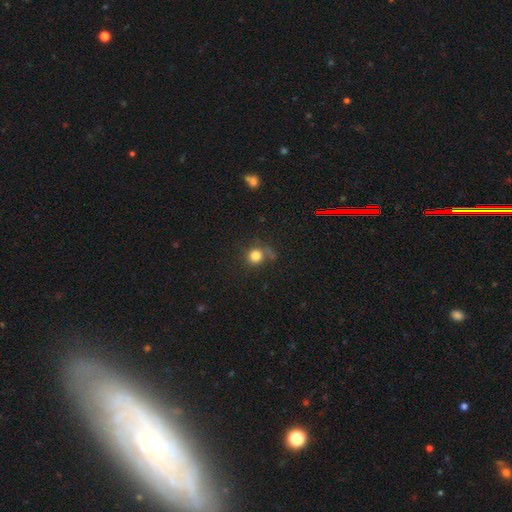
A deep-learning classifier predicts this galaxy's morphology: smooth_or_featured: smooth (p=0.80) [alt: star or artifact p=0.13]
how_rounded: round (p=0.87) [alt: in between p=0.12]
merging: none (p=0.67) [alt: minor disturbance p=0.18]